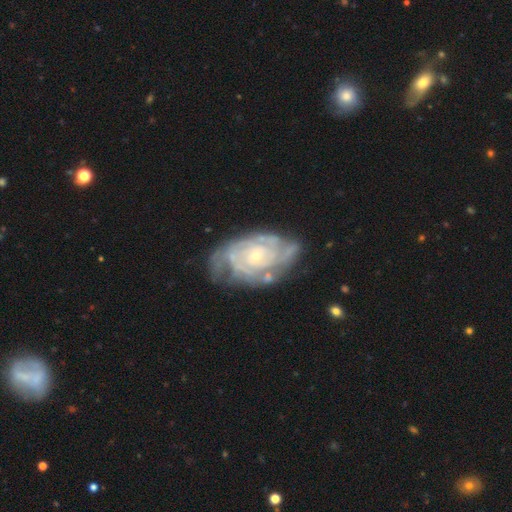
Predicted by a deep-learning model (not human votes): smooth-or-featured: featured or disk: 83% | smooth: 11% | star or artifact: 6%
  disk-edge-on: no: 96% | yes: 4%
    bar: no: 76% | weak: 20% | strong: 4%
    has-spiral-arms: yes: 91% | no: 9%
      spiral-winding: tight: 72% | medium: 23% | loose: 5%
      spiral-arm-count: can't tell: 43% | 2: 21% | 3: 15% | 4: 11% | more than 4: 6% | 1: 5%
    bulge-size: small: 73% | moderate: 22% | none: 3% | large: 2% | dominant: 1%
  merging: none: 62% | minor disturbance: 24% | major disturbance: 11% | merger: 4%